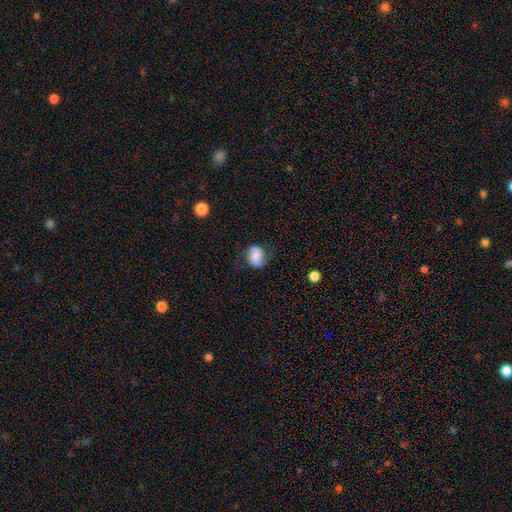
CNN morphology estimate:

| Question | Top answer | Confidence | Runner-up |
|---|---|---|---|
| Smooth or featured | smooth | 57% | featured or disk (34%) |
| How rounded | in between | 59% | round (39%) |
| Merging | none | 64% | minor disturbance (23%) |